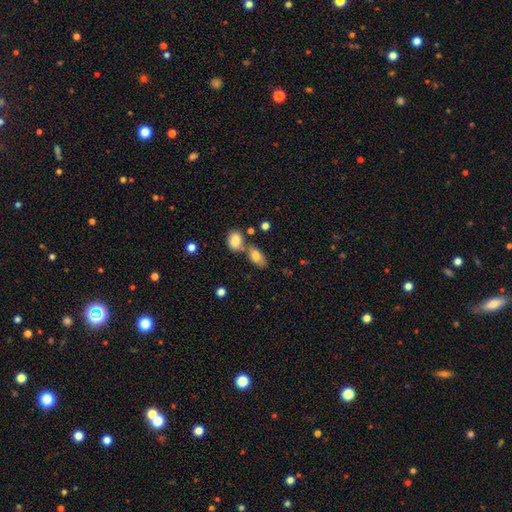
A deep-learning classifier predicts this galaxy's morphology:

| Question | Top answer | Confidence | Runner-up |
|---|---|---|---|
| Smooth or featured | smooth | 80% | featured or disk (12%) |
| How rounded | in between | 88% | cigar-shaped (6%) |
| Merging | none | 52% | merger (32%) |